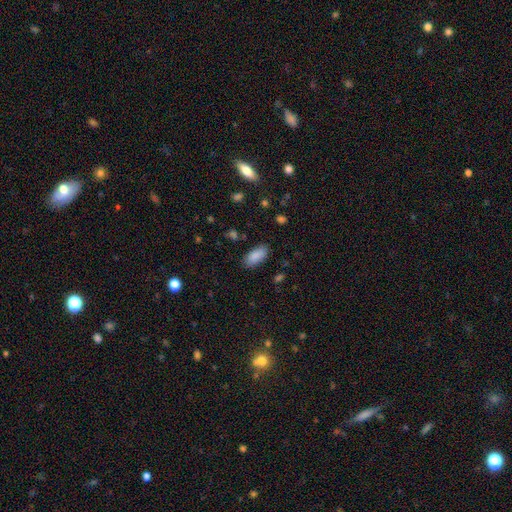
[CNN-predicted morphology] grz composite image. It shows a smooth galaxy with no disk features (88%) that is in between round and cigar-shaped (90%). Merging: none (85%).